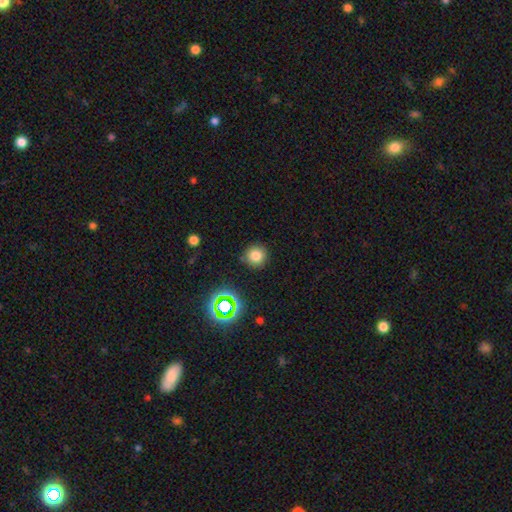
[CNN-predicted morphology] smooth-or-featured: smooth: 78% | star or artifact: 16% | featured or disk: 6%
  how-rounded: round: 93% | in between: 6% | cigar-shaped: 1%
  merging: none: 86% | minor disturbance: 9% | major disturbance: 3% | merger: 2%